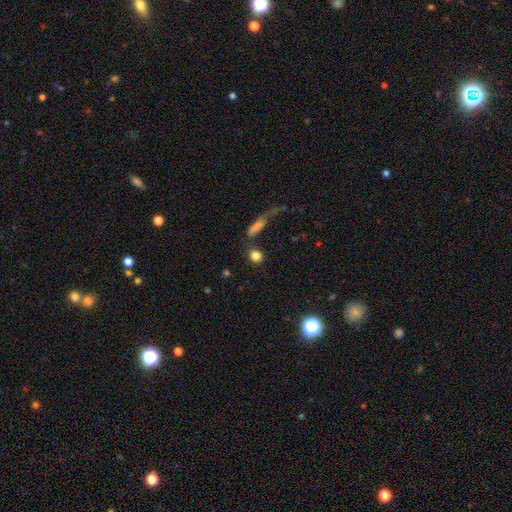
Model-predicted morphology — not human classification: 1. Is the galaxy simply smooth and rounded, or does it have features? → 83% smooth, 11% star or artifact, 6% featured or disk.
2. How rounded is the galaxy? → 79% round, 16% in between, 4% cigar-shaped.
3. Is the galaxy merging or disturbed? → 74% none, 11% merger, 10% minor disturbance, 5% major disturbance.